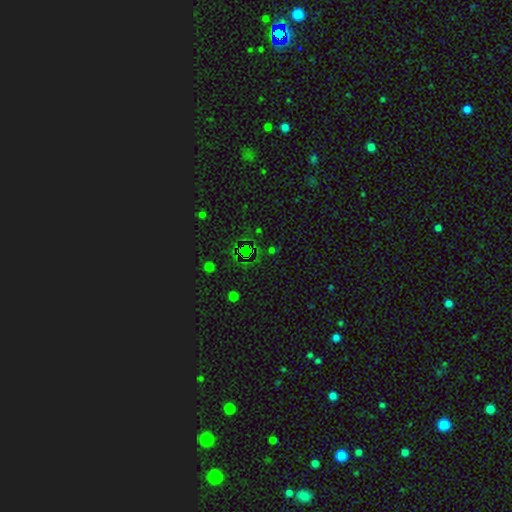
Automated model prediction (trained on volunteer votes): Smooth or featured? Predicted: star or artifact (p=0.73).